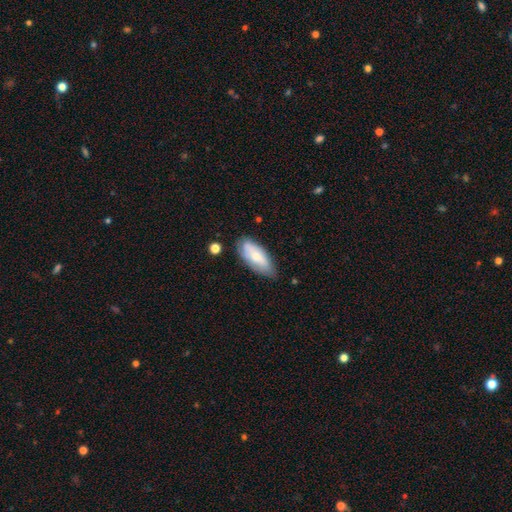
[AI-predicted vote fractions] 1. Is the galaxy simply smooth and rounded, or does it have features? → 65% smooth, 29% featured or disk, 6% star or artifact.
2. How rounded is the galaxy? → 83% in between, 15% cigar-shaped, 2% round.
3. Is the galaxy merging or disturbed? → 69% none, 24% minor disturbance, 5% major disturbance, 2% merger.